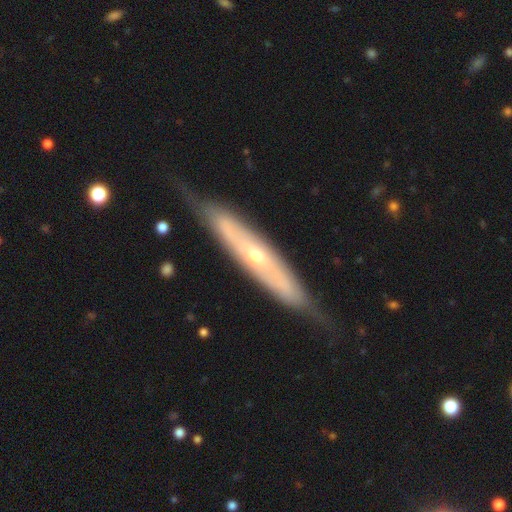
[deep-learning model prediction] smooth_or_featured: featured or disk (p=0.71) [alt: smooth p=0.23]
disk_edge_on: yes (p=0.57) [alt: no p=0.43]
merging: none (p=0.74) [alt: minor disturbance p=0.19]